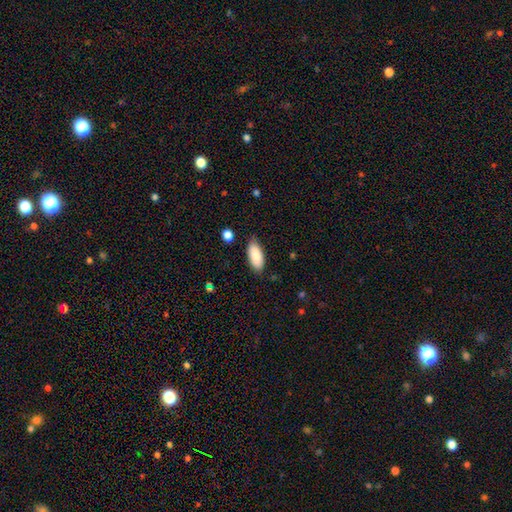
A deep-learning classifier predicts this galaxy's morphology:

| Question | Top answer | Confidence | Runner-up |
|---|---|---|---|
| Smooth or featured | smooth | 85% | featured or disk (9%) |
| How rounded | in between | 88% | cigar-shaped (10%) |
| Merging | none | 80% | minor disturbance (15%) |